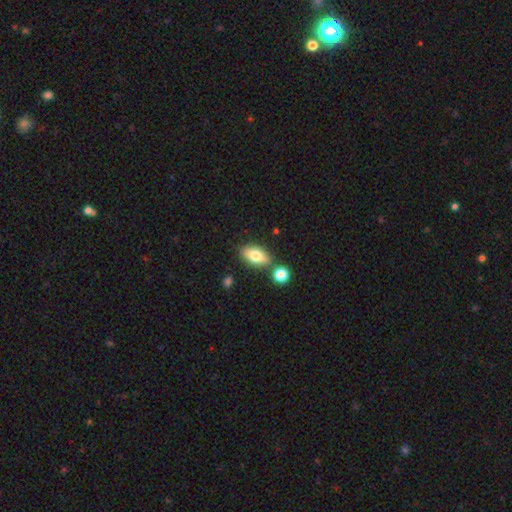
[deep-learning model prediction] Smooth or featured?
  - smooth: 76% *
  - featured or disk: 16%
  - star or artifact: 8%
How rounded?
  - in between: 89% *
  - round: 7%
  - cigar-shaped: 5%
Merging?
  - none: 75% *
  - merger: 11%
  - minor disturbance: 11%
  - major disturbance: 3%